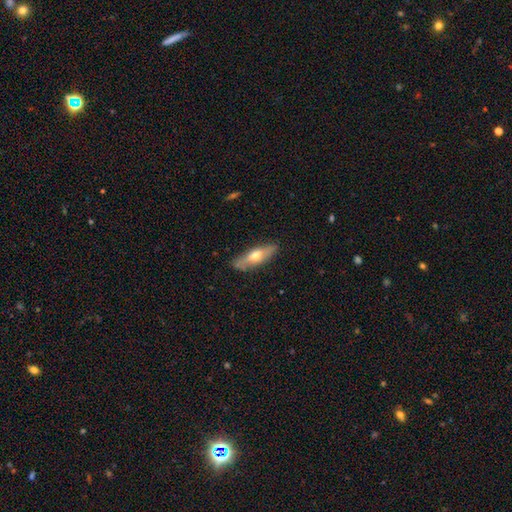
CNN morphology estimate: Smooth or featured?
  - smooth: 50% *
  - featured or disk: 44%
  - star or artifact: 6%
Merging?
  - none: 82% *
  - minor disturbance: 14%
  - major disturbance: 3%
  - merger: 1%